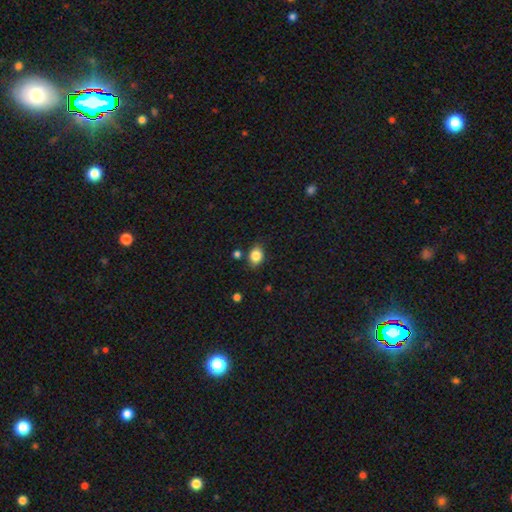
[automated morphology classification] A smooth galaxy with no disk features (84%) that is in between round and cigar-shaped (69%).

Vote fractions:
- Smooth or featured? smooth: 84% / star or artifact: 9% / featured or disk: 7%
- How rounded? in between: 69% / round: 30% / cigar-shaped: 1%
- Merging? none: 79% / minor disturbance: 14% / merger: 4% / major disturbance: 3%